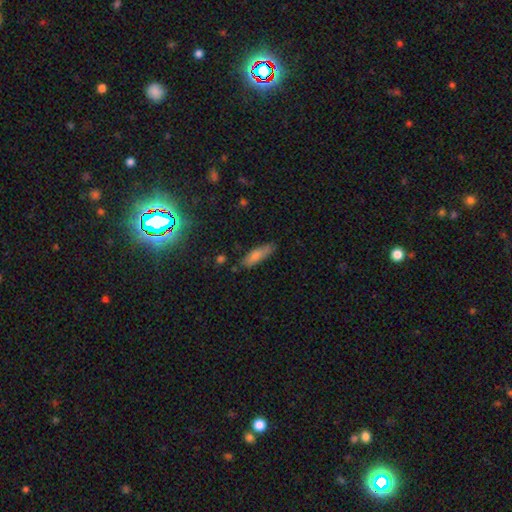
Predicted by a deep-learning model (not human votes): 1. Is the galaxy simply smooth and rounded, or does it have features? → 70% smooth, 17% featured or disk, 12% star or artifact.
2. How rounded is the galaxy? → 57% cigar-shaped, 40% in between, 3% round.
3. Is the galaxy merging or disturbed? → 78% none, 17% minor disturbance, 3% major disturbance, 2% merger.